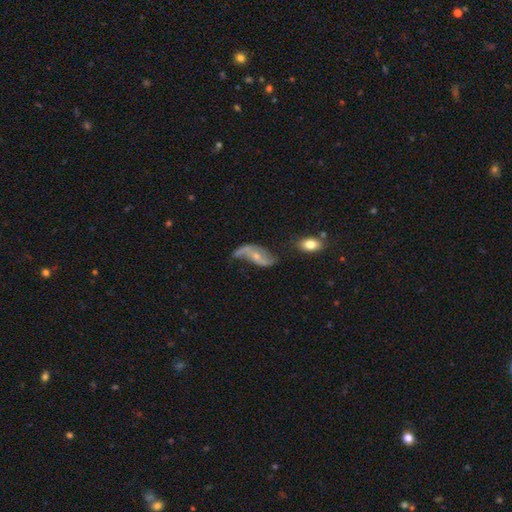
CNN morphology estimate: Smooth or featured?
  - featured or disk: 79% *
  - smooth: 14%
  - star or artifact: 7%
Edge-on disk?
  - no: 93% *
  - yes: 7%
Bar?
  - no: 48% *
  - weak: 32%
  - strong: 20%
Spiral arms?
  - yes: 90% *
  - no: 10%
Spiral winding?
  - loose: 83% *
  - medium: 13%
  - tight: 4%
Spiral arm count?
  - 2: 85% *
  - 1: 8%
  - can't tell: 4%
  - 3: 1%
  - 4: 1%
  - more than 4: 1%
Bulge size?
  - small: 60% *
  - moderate: 35%
  - none: 3%
  - large: 2%
  - dominant: 1%
Merging?
  - none: 46% *
  - minor disturbance: 27%
  - major disturbance: 22%
  - merger: 5%